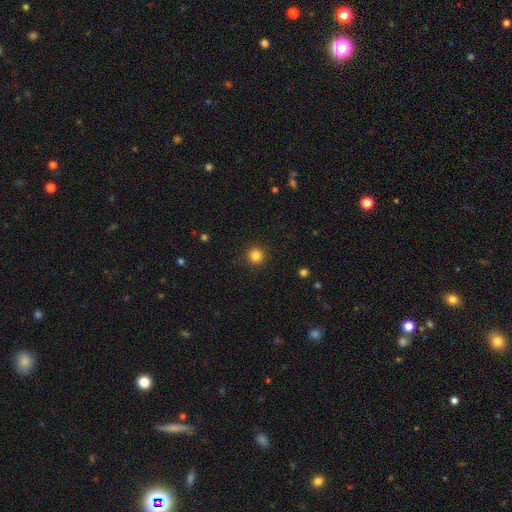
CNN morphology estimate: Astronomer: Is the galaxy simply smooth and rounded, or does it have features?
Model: smooth — 84%.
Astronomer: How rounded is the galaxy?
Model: round — 95%.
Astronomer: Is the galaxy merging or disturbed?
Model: none — 91%.